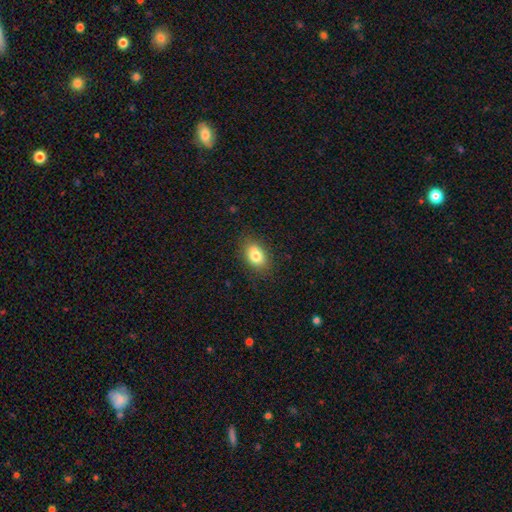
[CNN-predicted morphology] A smooth galaxy with no disk features (82%) that is in between round and cigar-shaped (85%).

Vote fractions:
- Smooth or featured? smooth: 82% / featured or disk: 10% / star or artifact: 9%
- How rounded? in between: 85% / round: 13% / cigar-shaped: 2%
- Merging? none: 83% / minor disturbance: 12% / major disturbance: 3% / merger: 1%